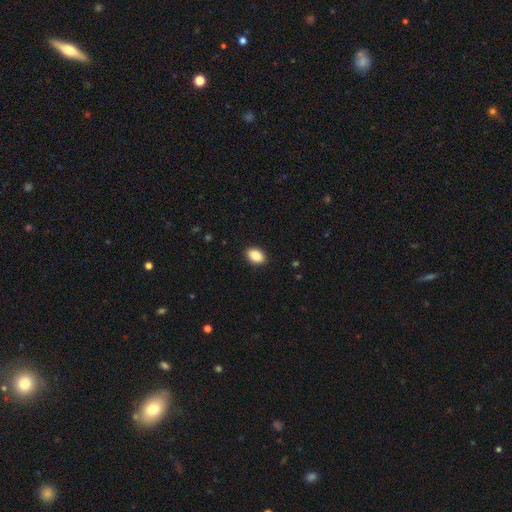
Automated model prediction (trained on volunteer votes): The model was most divided on "how rounded": in between: 82%, round: 16%, cigar-shaped: 1%. More confident: merging — none (90%); smooth or featured — smooth (86%).